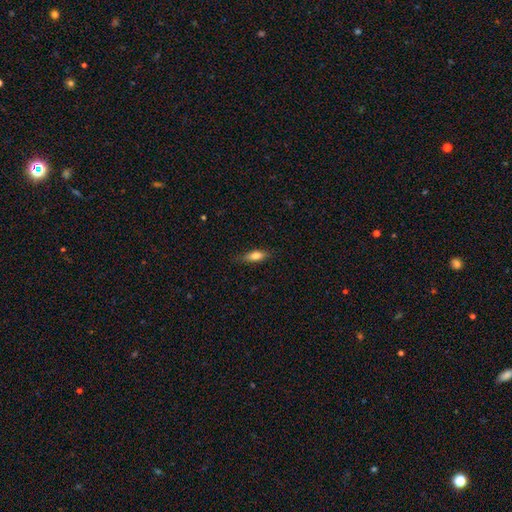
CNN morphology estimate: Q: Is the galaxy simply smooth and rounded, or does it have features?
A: smooth — 75%.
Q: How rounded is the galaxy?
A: in between — 63%.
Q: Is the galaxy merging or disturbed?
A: none — 81%.